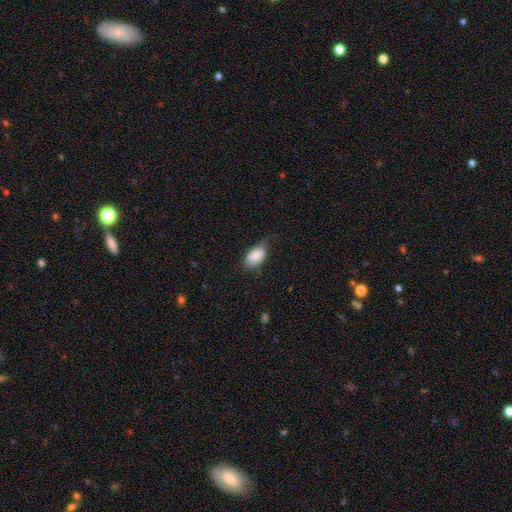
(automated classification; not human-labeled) smooth 77%, featured or disk 16%, star or artifact 7%. Down the decision tree: how rounded — in between (92%); merging — none (42%).